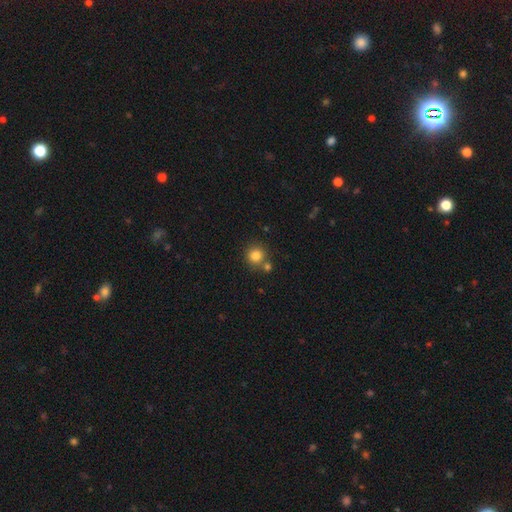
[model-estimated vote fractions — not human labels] This appears to be a smooth galaxy with no disk features (83%) that is round (92%). Merging: none (70%).